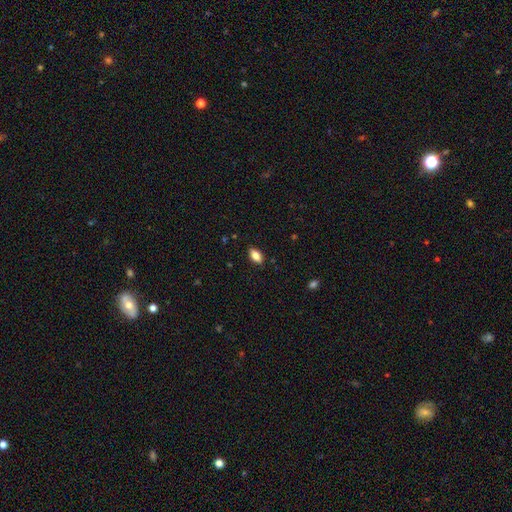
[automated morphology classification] smooth 81%, featured or disk 11%, star or artifact 8%. Down the decision tree: how rounded — in between (89%); merging — none (87%).